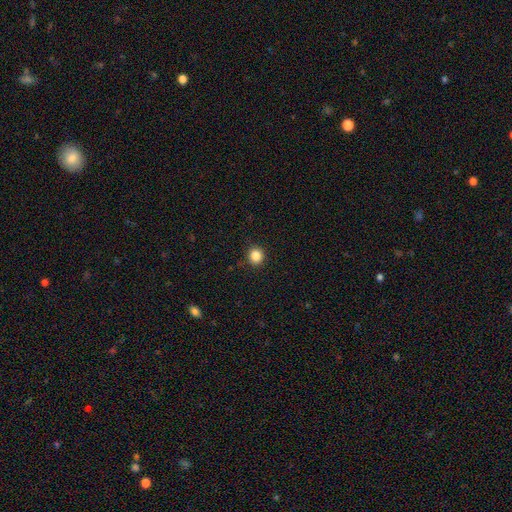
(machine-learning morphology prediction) A smooth galaxy with no disk features (85%) that is round (90%). Merging: none (91%).